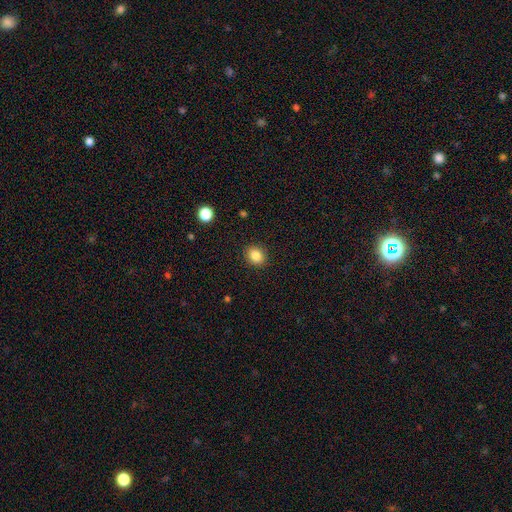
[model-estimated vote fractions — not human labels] This appears to be a smooth galaxy with no disk features (85%) that is round (67%). Merging: none (90%).